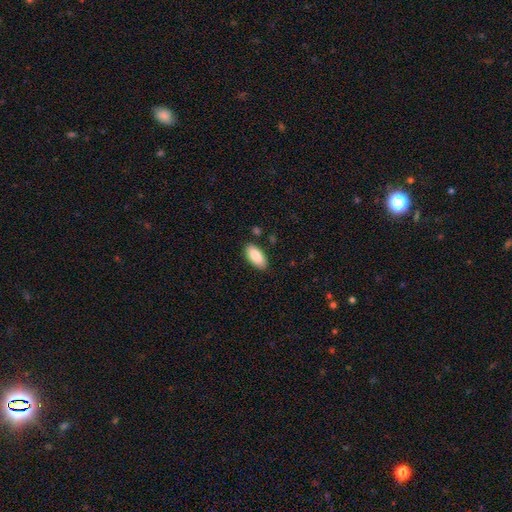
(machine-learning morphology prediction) Overall: smooth (88%). How rounded: in between (91%). Merging: none (86%).